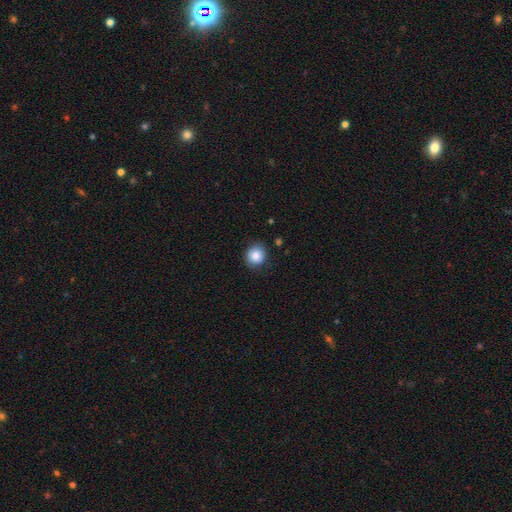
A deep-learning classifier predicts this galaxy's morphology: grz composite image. It shows a smooth galaxy with no disk features (85%) that is round (87%). Merging: none (84%).